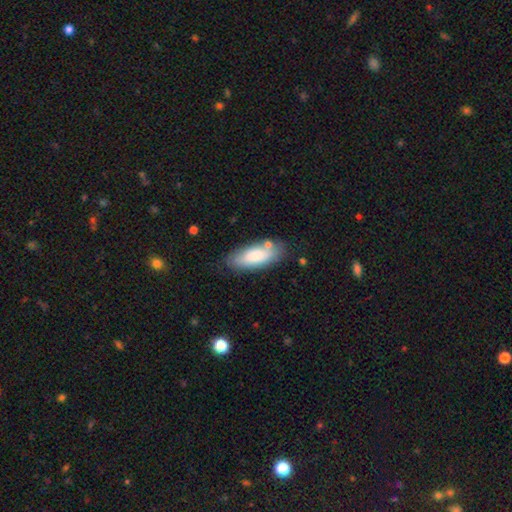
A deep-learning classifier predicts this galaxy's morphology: Smooth or featured? smooth (81%)
How rounded? in between (79%)
Merging? none (73%)